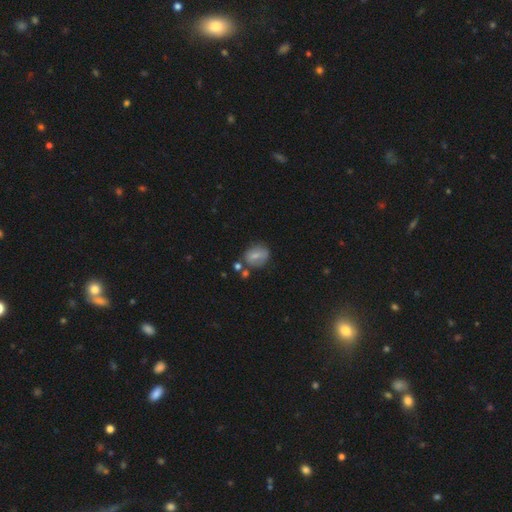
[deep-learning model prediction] A smooth galaxy with no disk features (64%) that is in between round and cigar-shaped (52%).

Vote fractions:
- Smooth or featured? smooth: 64% / featured or disk: 26% / star or artifact: 9%
- How rounded? in between: 52% / round: 47% / cigar-shaped: 1%
- Merging? none: 61% / minor disturbance: 21% / merger: 11% / major disturbance: 7%